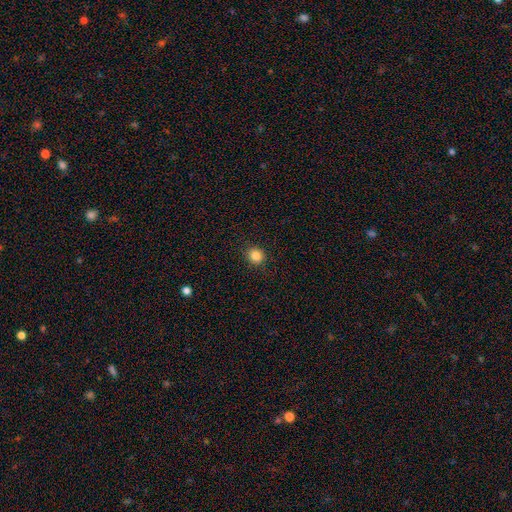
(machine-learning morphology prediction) type=smooth (85%); roundness=round (88%); merging=none (91%).